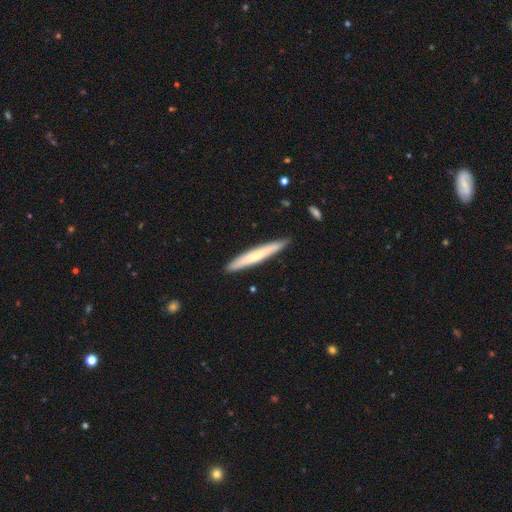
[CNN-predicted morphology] smooth-or-featured: smooth: 61% | featured or disk: 34% | star or artifact: 5%
  how-rounded: cigar-shaped: 96% | in between: 3% | round: 1%
  merging: none: 89% | minor disturbance: 9% | major disturbance: 1% | merger: 1%